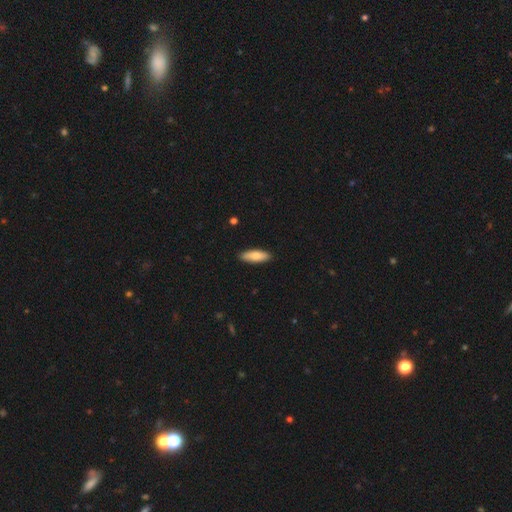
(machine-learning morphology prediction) This appears to be a smooth galaxy with no disk features (75%) that is in between round and cigar-shaped (60%). Merging: none (90%).